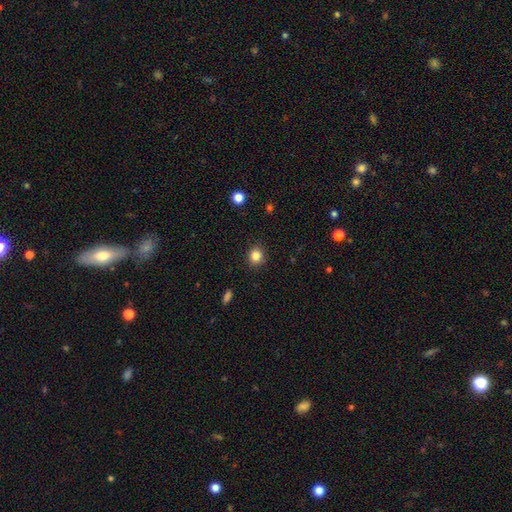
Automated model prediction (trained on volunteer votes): The model was most divided on "how rounded": round: 83%, in between: 16%, cigar-shaped: 1%. More confident: merging — none (89%); smooth or featured — smooth (83%).